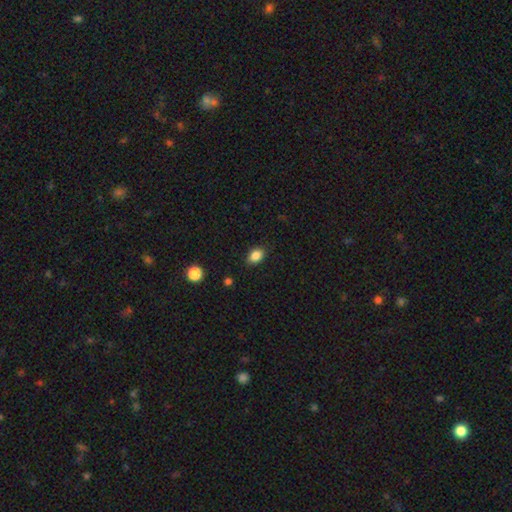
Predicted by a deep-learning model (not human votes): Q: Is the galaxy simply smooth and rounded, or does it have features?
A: smooth — 86%.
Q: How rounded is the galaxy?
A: in between — 75%.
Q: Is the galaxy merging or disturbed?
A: none — 86%.